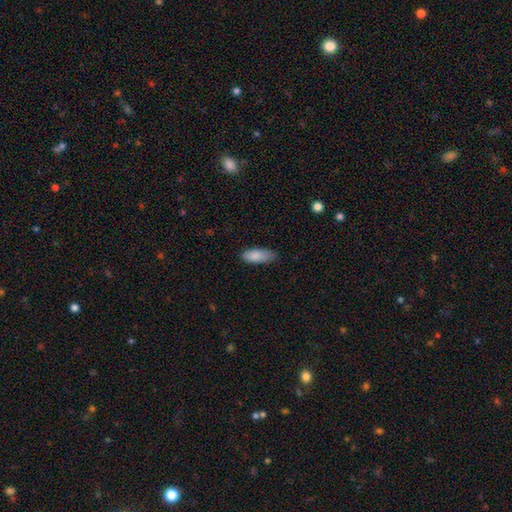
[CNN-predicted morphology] Smooth or featured? smooth (87%)
How rounded? in between (79%)
Merging? none (73%)